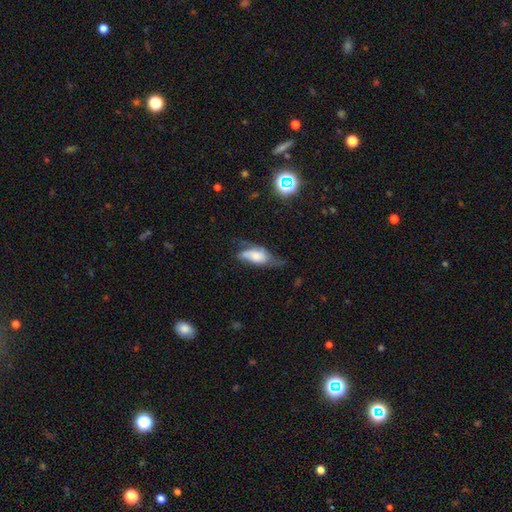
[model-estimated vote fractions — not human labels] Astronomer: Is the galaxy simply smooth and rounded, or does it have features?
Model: smooth — 55% (runner-up: featured or disk, 36%).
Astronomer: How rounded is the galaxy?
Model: in between — 82%.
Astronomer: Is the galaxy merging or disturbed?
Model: minor disturbance — 36% (runner-up: none, 30%).